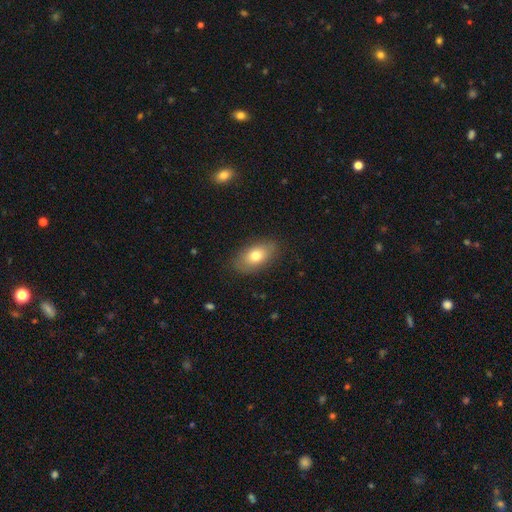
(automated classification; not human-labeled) Q: Smooth or featured?
A: smooth (74%); runner-up: featured or disk (18%)
Q: How rounded?
A: in between (89%); runner-up: round (7%)
Q: Merging?
A: none (85%); runner-up: minor disturbance (11%)